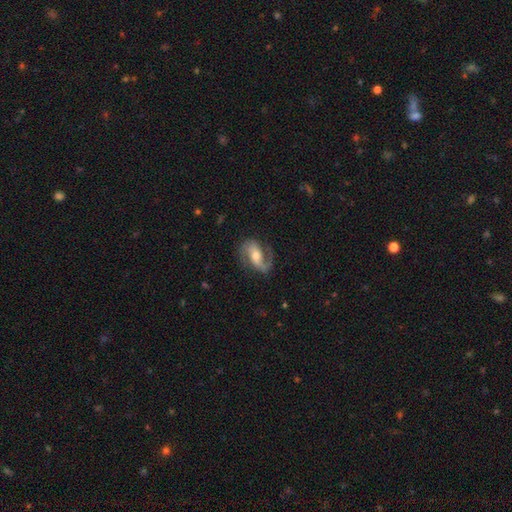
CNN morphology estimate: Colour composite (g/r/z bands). It shows a featured or disk galaxy (84%) with a weak bar (38%), 2 (84%) medium (47%) spiral arms (96%) and a moderate central bulge (62%). Merging: none (73%).